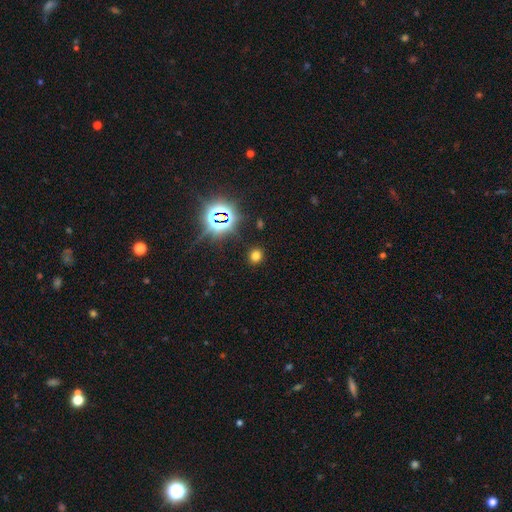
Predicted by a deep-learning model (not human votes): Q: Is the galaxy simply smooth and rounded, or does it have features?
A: smooth — 67%.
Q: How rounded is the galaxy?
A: round — 81%.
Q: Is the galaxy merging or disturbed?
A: none — 88%.